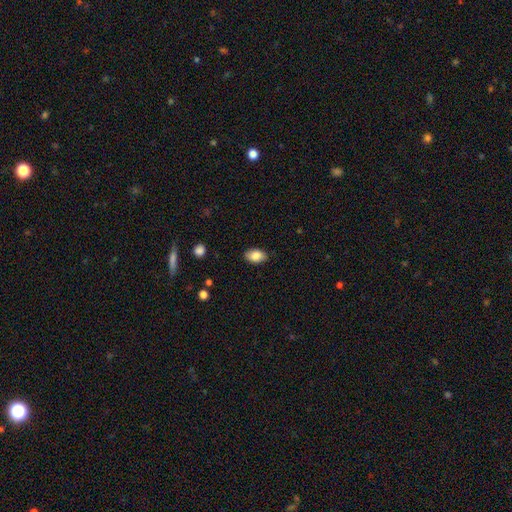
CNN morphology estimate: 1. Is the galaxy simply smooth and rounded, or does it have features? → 85% smooth, 7% star or artifact, 7% featured or disk.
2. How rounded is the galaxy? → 90% in between, 9% round, 2% cigar-shaped.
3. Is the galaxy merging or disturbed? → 85% none, 11% minor disturbance, 2% major disturbance, 1% merger.